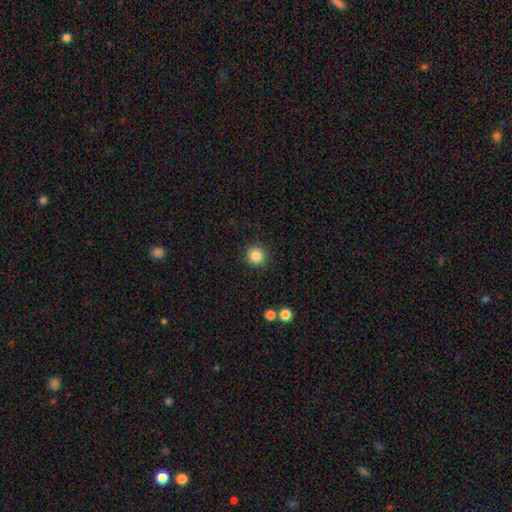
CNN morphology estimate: type=smooth (85%); roundness=round (95%); merging=none (91%).